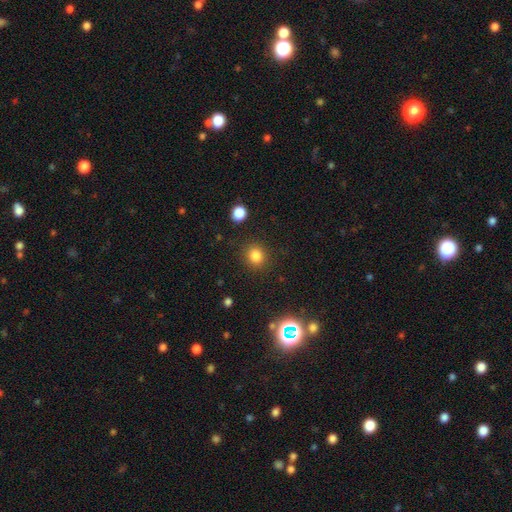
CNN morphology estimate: Smooth or featured? Predicted: smooth (p=0.81). How rounded? Predicted: round (p=0.83). Merging? Predicted: none (p=0.88).